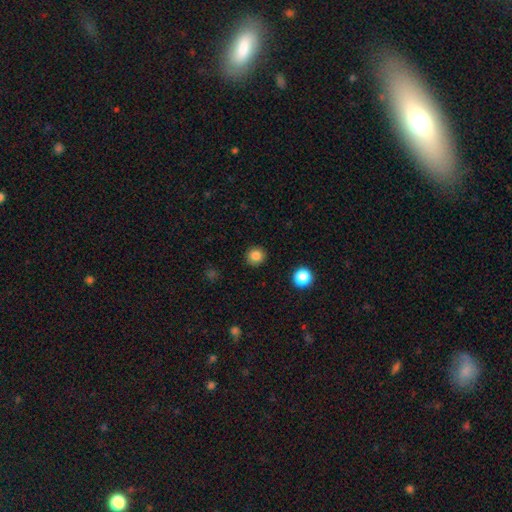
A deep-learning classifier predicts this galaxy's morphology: Smooth or featured?
  - smooth: 84% *
  - star or artifact: 12%
  - featured or disk: 4%
How rounded?
  - round: 94% *
  - in between: 5%
  - cigar-shaped: 1%
Merging?
  - none: 91% *
  - minor disturbance: 6%
  - major disturbance: 2%
  - merger: 1%